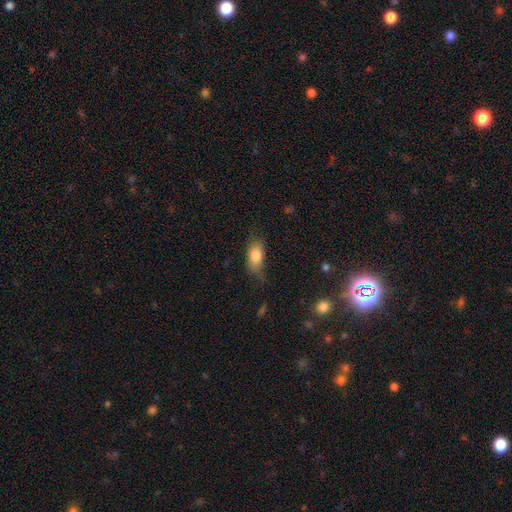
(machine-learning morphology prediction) Overall: smooth (80%). How rounded: in between (86%). Merging: none (61%; minor disturbance 28%).